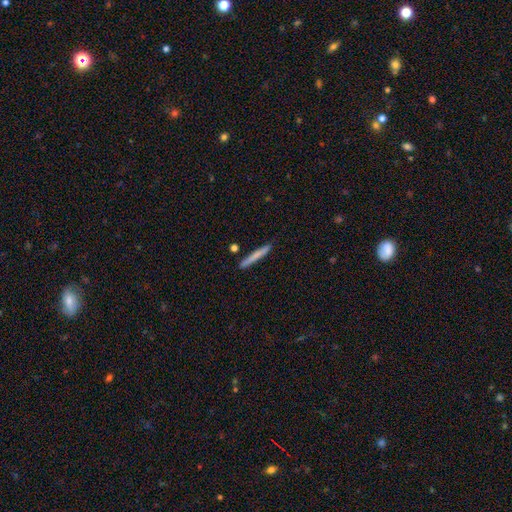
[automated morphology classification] smooth-or-featured: smooth: 70% | featured or disk: 24% | star or artifact: 6%
  how-rounded: cigar-shaped: 96% | in between: 3% | round: 1%
  merging: none: 88% | minor disturbance: 8% | merger: 3% | major disturbance: 2%